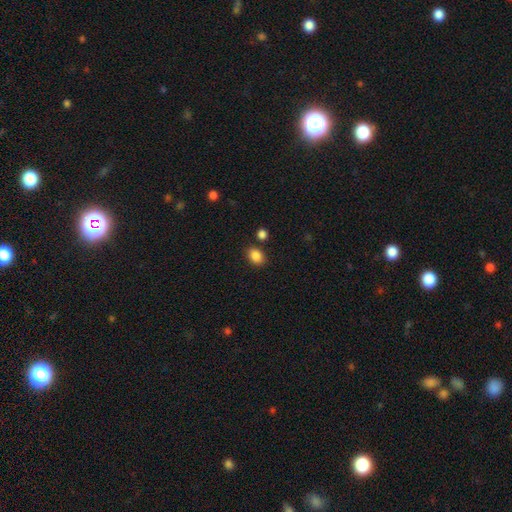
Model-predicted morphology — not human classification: smooth-or-featured: smooth: 87% | star or artifact: 9% | featured or disk: 4%
  how-rounded: in between: 70% | round: 29% | cigar-shaped: 1%
  merging: none: 82% | minor disturbance: 10% | merger: 6% | major disturbance: 3%